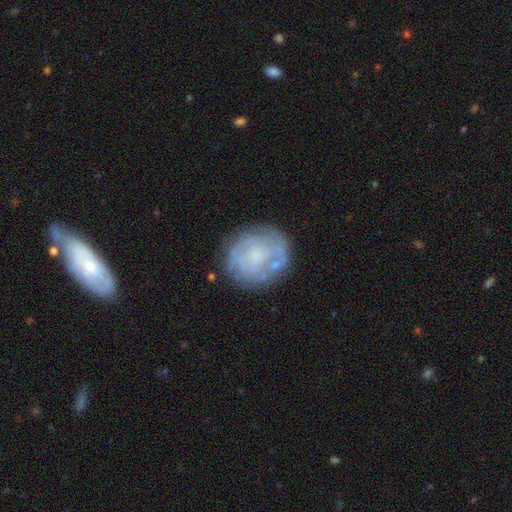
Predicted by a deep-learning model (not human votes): This is possibly a featured or disk galaxy (57%). It is clearly not viewed edge-on (97%). Bar: likely no (77%). Spiral arm pattern: possibly no (53%). Central bulge: possibly small (48%). Merging: likely none (72%).